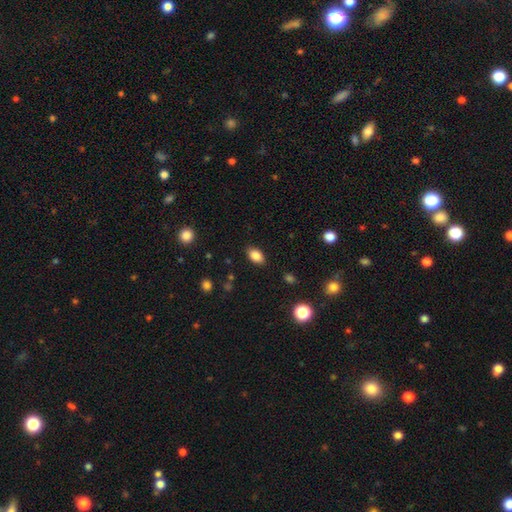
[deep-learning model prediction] Smooth or featured? Predicted: smooth (p=0.85). How rounded? Predicted: in between (p=0.89). Merging? Predicted: none (p=0.86).